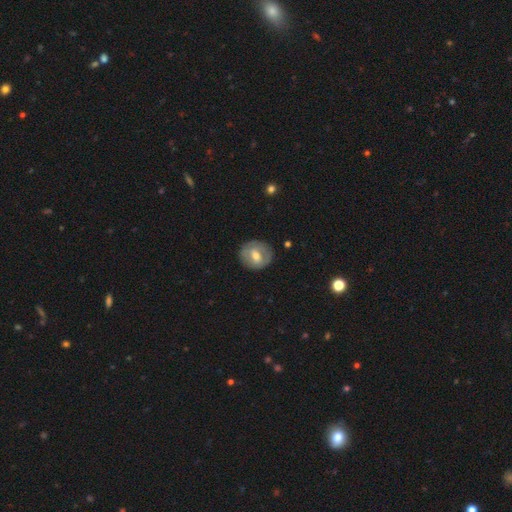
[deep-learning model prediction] smooth_or_featured: smooth (p=0.51) [alt: featured or disk p=0.43]
how_rounded: round (p=0.76) [alt: in between p=0.23]
merging: none (p=0.81) [alt: minor disturbance p=0.14]